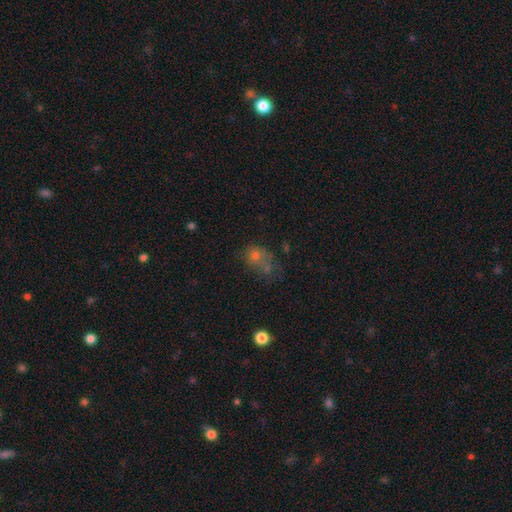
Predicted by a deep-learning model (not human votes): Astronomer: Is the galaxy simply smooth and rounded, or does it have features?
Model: smooth — 57%.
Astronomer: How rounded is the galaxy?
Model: in between — 52% (runner-up: round, 46%).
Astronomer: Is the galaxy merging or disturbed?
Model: none — 30% (runner-up: major disturbance, 27%).